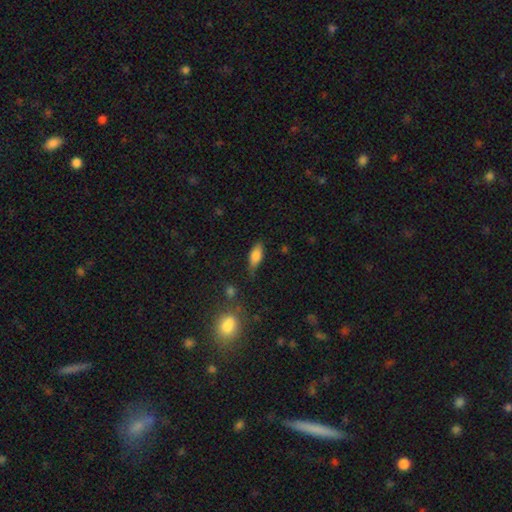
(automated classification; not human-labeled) Morphology: type=smooth (77%); roundness=in between (79%); merging=none (75%).